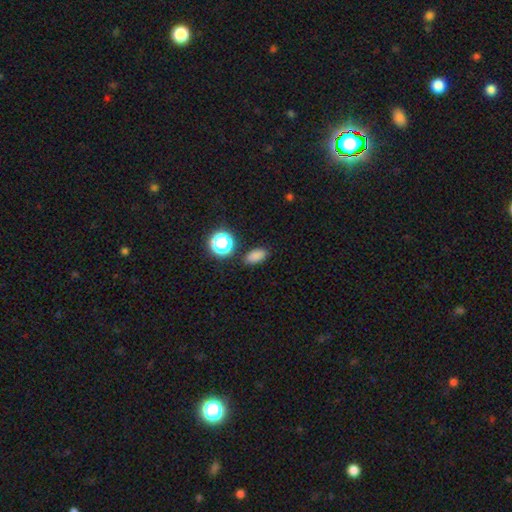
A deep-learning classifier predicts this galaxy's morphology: A smooth galaxy with no disk features (81%) that is in between round and cigar-shaped (84%).

Vote fractions:
- Smooth or featured? smooth: 81% / star or artifact: 15% / featured or disk: 4%
- How rounded? in between: 84% / round: 12% / cigar-shaped: 4%
- Merging? none: 84% / minor disturbance: 10% / merger: 3% / major disturbance: 3%